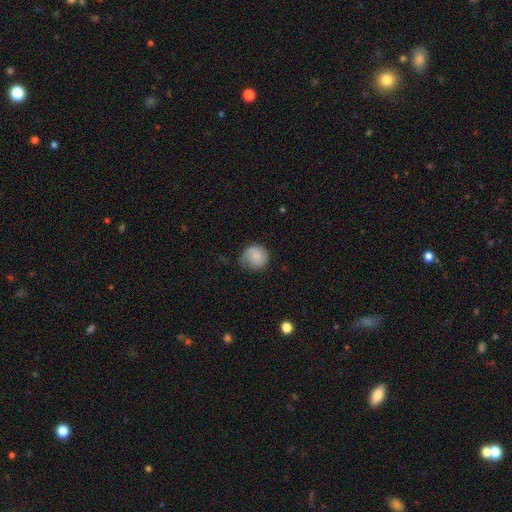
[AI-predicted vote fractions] smooth 63%, featured or disk 29%, star or artifact 8%. Down the decision tree: how rounded — round (84%); merging — none (54%).